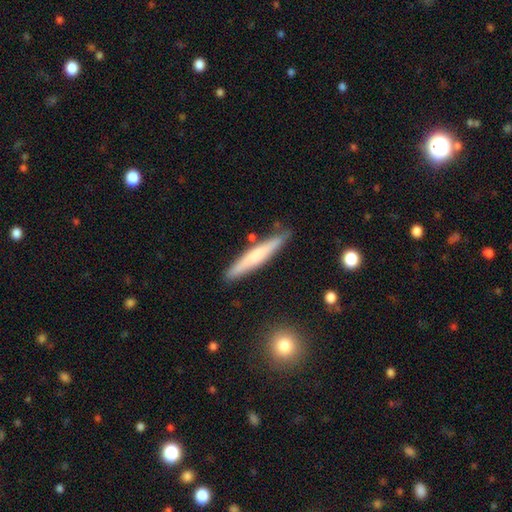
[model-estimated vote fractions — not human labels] A smooth galaxy with no disk features (59%) that is cigar-shaped (94%). Merging: none (84%).